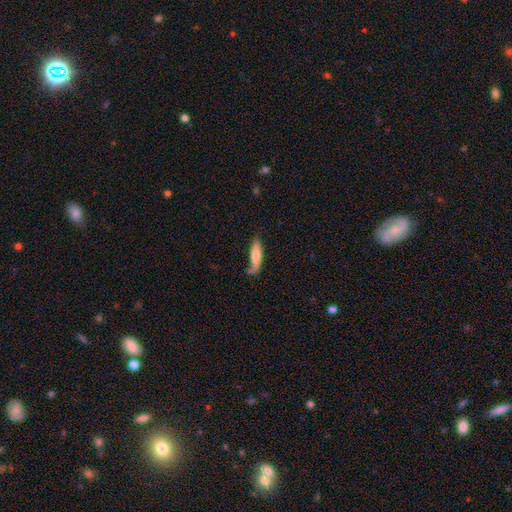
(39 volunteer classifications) Overall: smooth (59%; featured or disk 33%). How rounded: cigar-shaped (91%). Merging: none (53%; minor disturbance 25%).